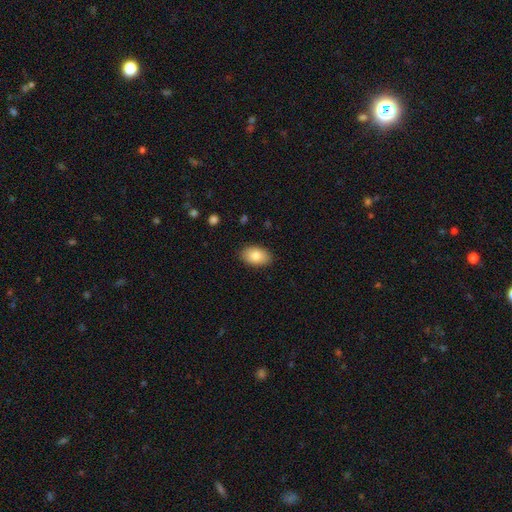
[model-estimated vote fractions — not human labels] Morphology: type=smooth (84%); roundness=in between (92%); merging=none (88%).